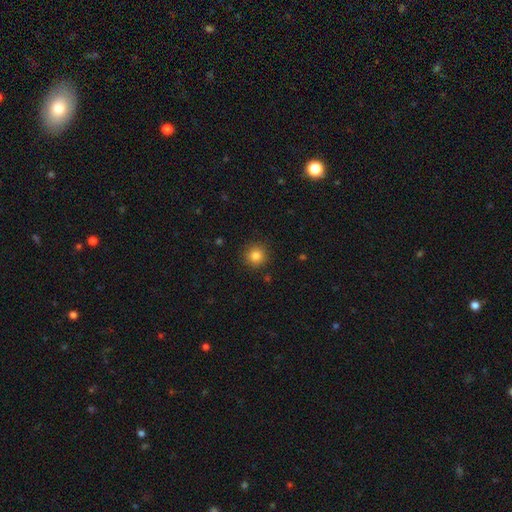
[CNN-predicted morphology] smooth 84%, star or artifact 11%, featured or disk 5%. Down the decision tree: how rounded — round (94%); merging — none (90%).